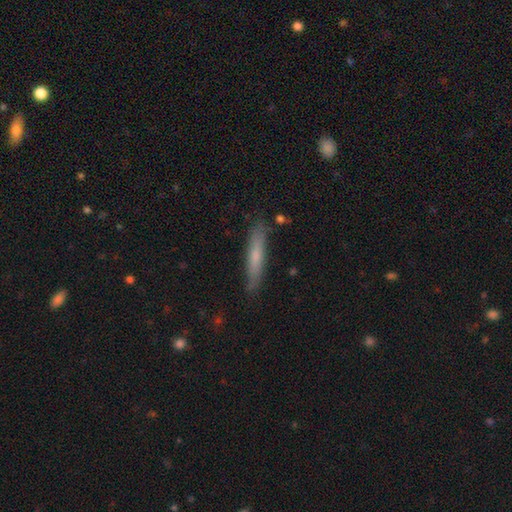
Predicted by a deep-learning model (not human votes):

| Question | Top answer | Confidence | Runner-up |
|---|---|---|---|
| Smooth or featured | smooth | 62% | featured or disk (32%) |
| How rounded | cigar-shaped | 91% | in between (7%) |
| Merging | none | 84% | minor disturbance (12%) |